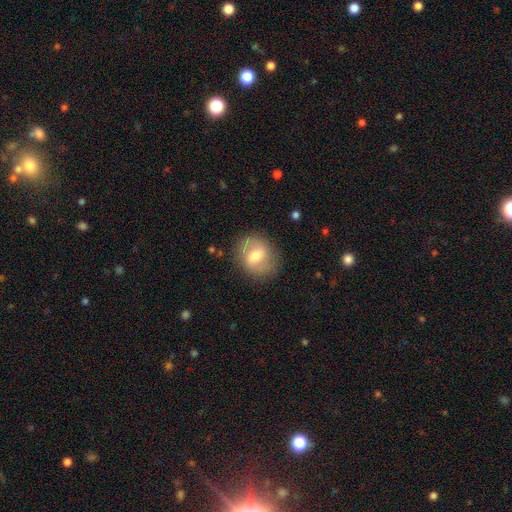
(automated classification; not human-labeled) This is possibly a smooth galaxy (52%). How rounded: likely round (63%). Merging: clearly none (80%).